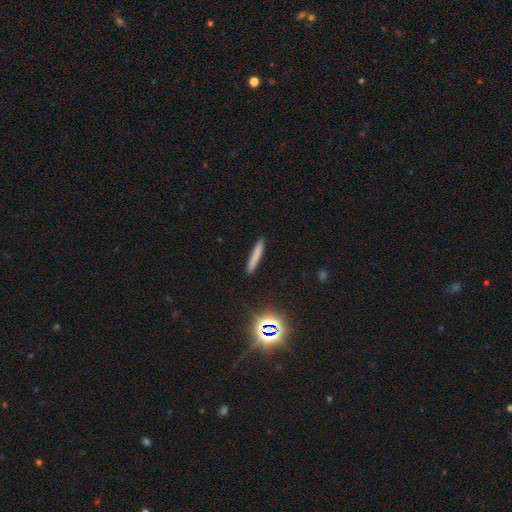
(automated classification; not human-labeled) A smooth galaxy with no disk features (73%) that is cigar-shaped (94%).

Vote fractions:
- Smooth or featured? smooth: 73% / featured or disk: 15% / star or artifact: 12%
- How rounded? cigar-shaped: 94% / in between: 4% / round: 2%
- Merging? none: 90% / minor disturbance: 7% / major disturbance: 2% / merger: 1%